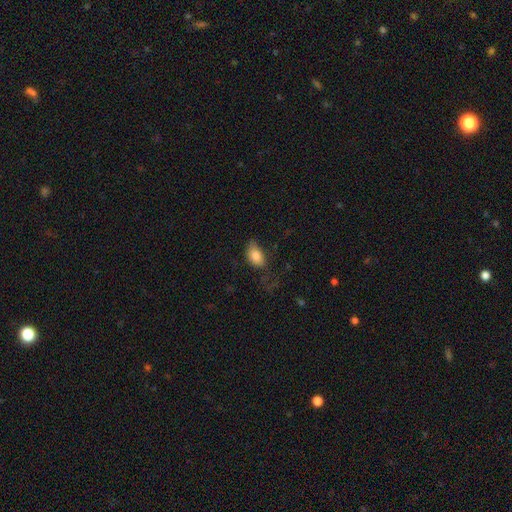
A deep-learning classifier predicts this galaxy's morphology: This is clearly a smooth galaxy (83%). How rounded: clearly in between (89%). Merging: possibly none (50%).